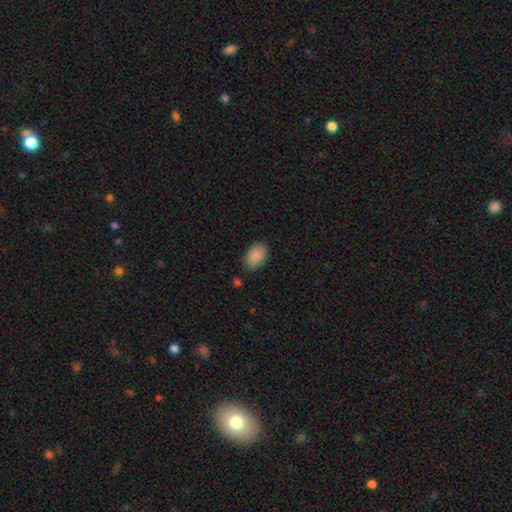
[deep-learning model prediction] A smooth galaxy with no disk features (89%) that is in between round and cigar-shaped (89%).

Vote fractions:
- Smooth or featured? smooth: 89% / star or artifact: 7% / featured or disk: 4%
- How rounded? in between: 89% / round: 9% / cigar-shaped: 1%
- Merging? none: 84% / minor disturbance: 11% / major disturbance: 3% / merger: 2%